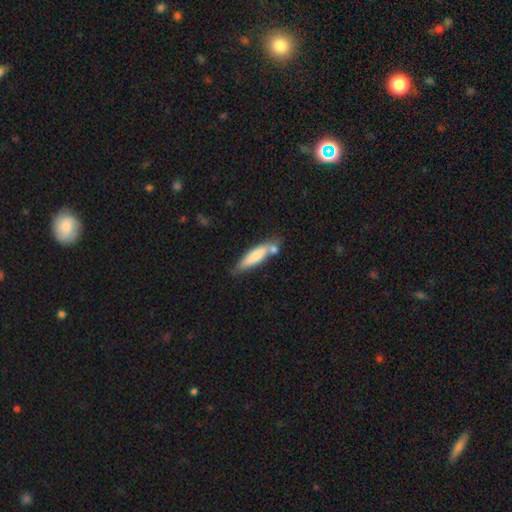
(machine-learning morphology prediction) A smooth galaxy with no disk features (75%) that is cigar-shaped (69%).

Vote fractions:
- Smooth or featured? smooth: 75% / featured or disk: 20% / star or artifact: 6%
- How rounded? cigar-shaped: 69% / in between: 29% / round: 2%
- Merging? none: 52% / merger: 23% / minor disturbance: 20% / major disturbance: 5%